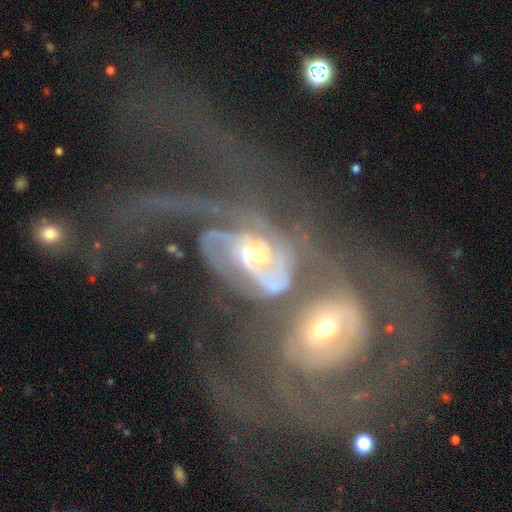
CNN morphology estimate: This is clearly a featured or disk galaxy (85%). It is clearly not viewed edge-on (96%). Bar: possibly no (56%). Spiral arm pattern: clearly yes (90%). Spiral arm count: marginally 2 (40%). Spiral winding: marginally tight (42%). Central bulge: possibly moderate (58%). Merging: likely merger (71%).